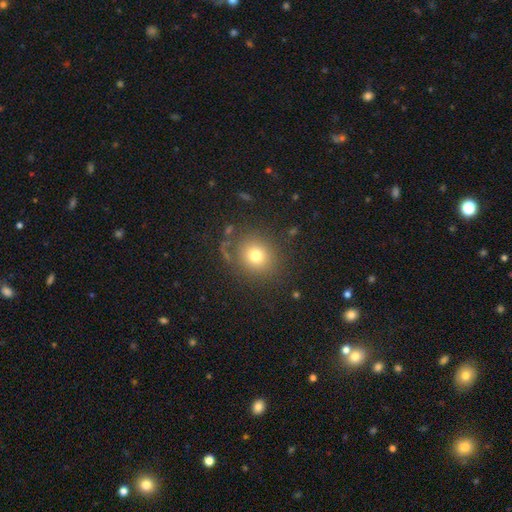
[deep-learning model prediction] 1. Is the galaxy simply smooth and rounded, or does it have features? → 75% smooth, 15% star or artifact, 10% featured or disk.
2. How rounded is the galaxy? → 83% round, 16% in between, 1% cigar-shaped.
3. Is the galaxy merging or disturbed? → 82% none, 10% minor disturbance, 6% major disturbance, 3% merger.